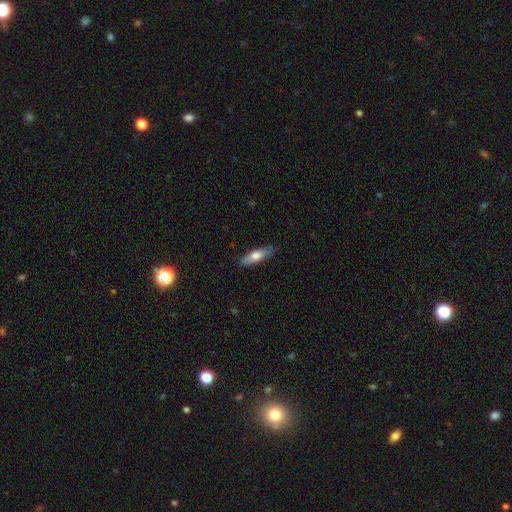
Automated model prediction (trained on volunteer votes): Overall: smooth (69%). How rounded: cigar-shaped (57%; in between 41%). Merging: none (85%).